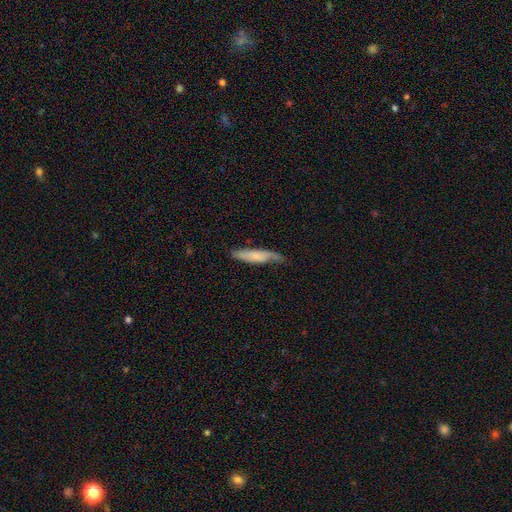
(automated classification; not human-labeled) Q: Smooth or featured?
A: smooth (63%); runner-up: featured or disk (31%)
Q: How rounded?
A: cigar-shaped (83%); runner-up: in between (16%)
Q: Merging?
A: none (62%); runner-up: minor disturbance (29%)